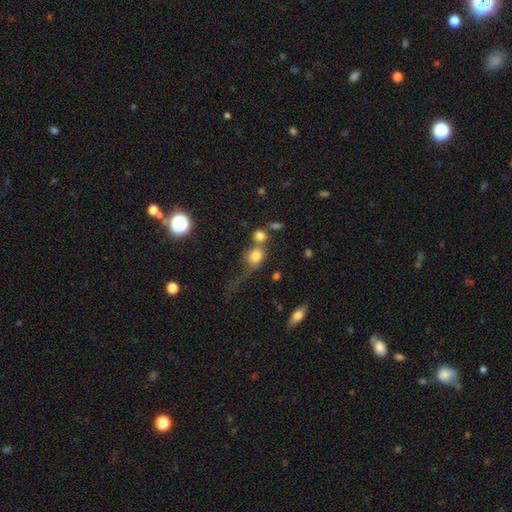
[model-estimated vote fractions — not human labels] Q: Smooth or featured?
A: smooth (76%); runner-up: featured or disk (13%)
Q: How rounded?
A: round (61%); runner-up: in between (37%)
Q: Merging?
A: merger (48%); runner-up: none (24%)